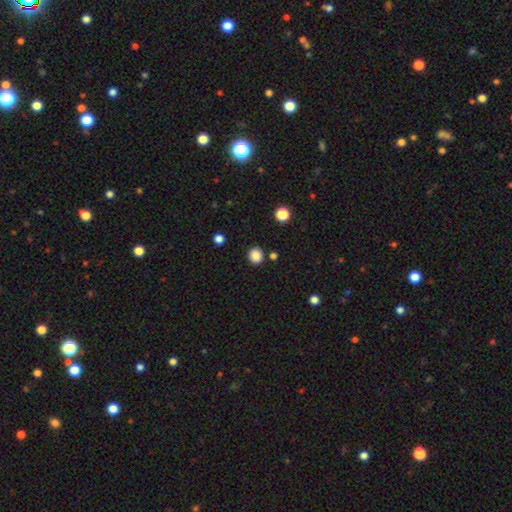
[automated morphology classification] A smooth galaxy with no disk features (86%) that is round (81%). Merging: none (88%).